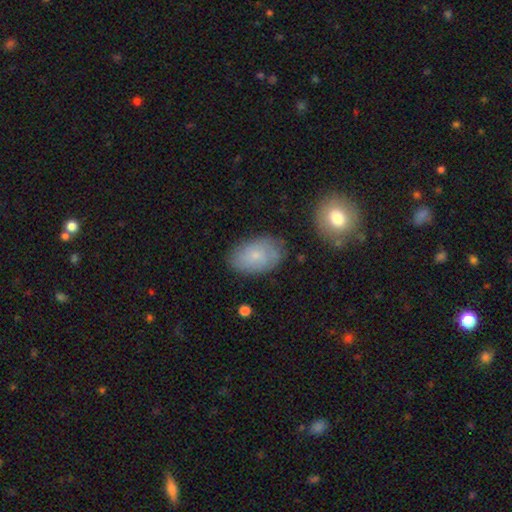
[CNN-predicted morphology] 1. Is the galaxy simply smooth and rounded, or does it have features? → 70% smooth, 23% featured or disk, 8% star or artifact.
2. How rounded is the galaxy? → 90% in between, 9% round, 1% cigar-shaped.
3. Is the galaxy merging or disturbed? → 75% none, 18% minor disturbance, 5% major disturbance, 3% merger.